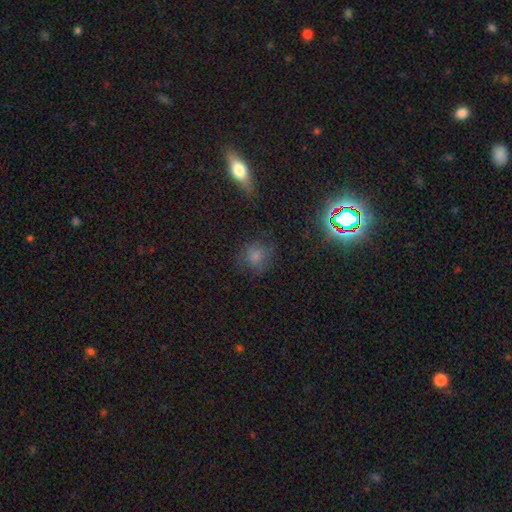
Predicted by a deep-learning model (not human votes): Smooth or featured? smooth (69%)
How rounded? round (82%)
Merging? none (68%)